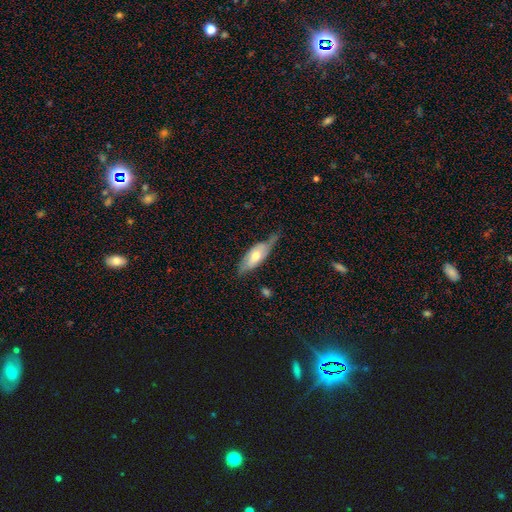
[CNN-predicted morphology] smooth 48%, featured or disk 46%, star or artifact 6%. Down the decision tree: merging — none (47%).